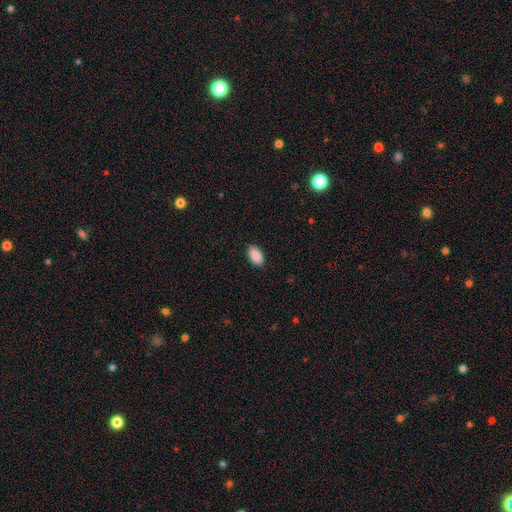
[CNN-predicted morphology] smooth_or_featured: smooth (p=0.91) [alt: star or artifact p=0.07]
how_rounded: in between (p=0.95) [alt: round p=0.04]
merging: none (p=0.89) [alt: minor disturbance p=0.09]